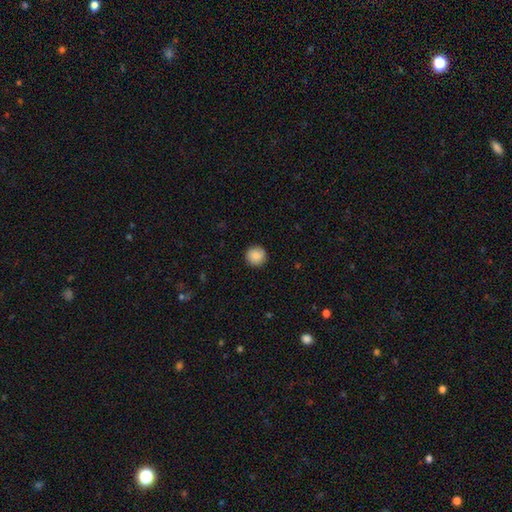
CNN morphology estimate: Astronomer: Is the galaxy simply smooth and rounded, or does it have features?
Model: smooth — 88%.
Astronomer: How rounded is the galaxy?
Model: round — 95%.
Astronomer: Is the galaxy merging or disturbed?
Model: none — 92%.